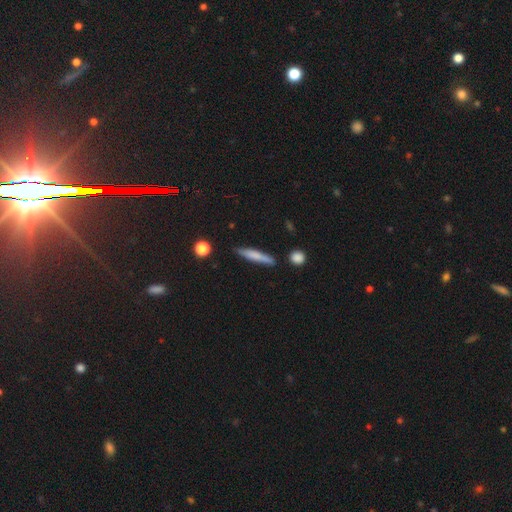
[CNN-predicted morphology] Smooth or featured?
  - smooth: 68% *
  - featured or disk: 25%
  - star or artifact: 7%
How rounded?
  - cigar-shaped: 90% *
  - in between: 8%
  - round: 2%
Merging?
  - none: 81% *
  - minor disturbance: 13%
  - merger: 3%
  - major disturbance: 3%